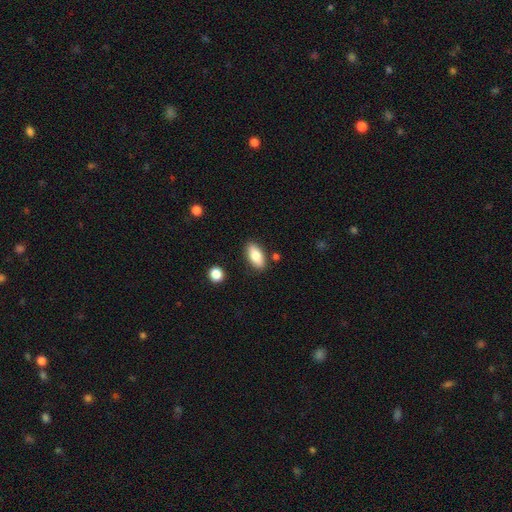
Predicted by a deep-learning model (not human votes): A smooth galaxy with no disk features (82%) that is in between round and cigar-shaped (88%).

Vote fractions:
- Smooth or featured? smooth: 82% / featured or disk: 11% / star or artifact: 7%
- How rounded? in between: 88% / cigar-shaped: 9% / round: 3%
- Merging? none: 85% / minor disturbance: 10% / merger: 3% / major disturbance: 2%